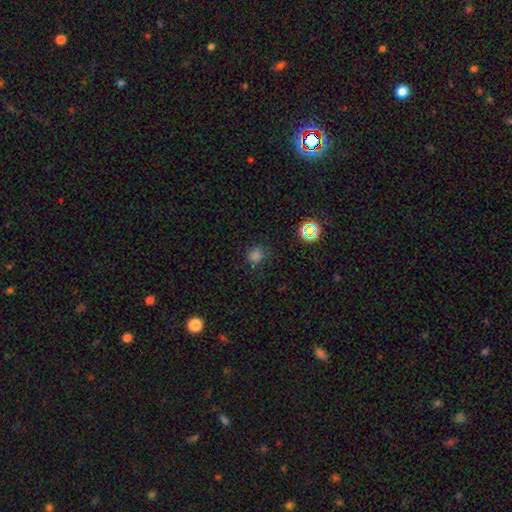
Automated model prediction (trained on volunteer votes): Morphology: type=smooth (74%); roundness=round (88%); merging=none (81%).